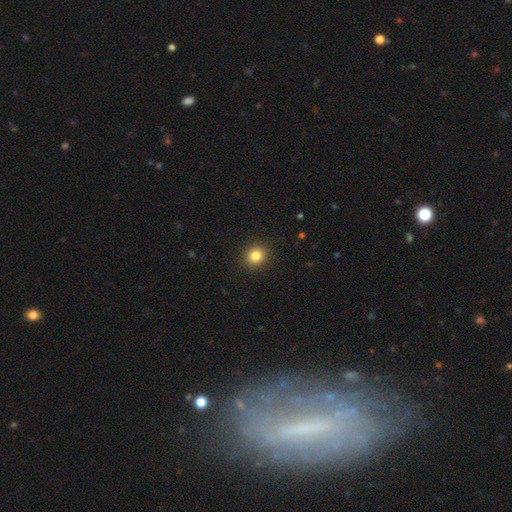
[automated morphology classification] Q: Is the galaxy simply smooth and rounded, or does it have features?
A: smooth — 83%.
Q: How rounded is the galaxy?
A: round — 84%.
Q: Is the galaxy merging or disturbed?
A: none — 91%.